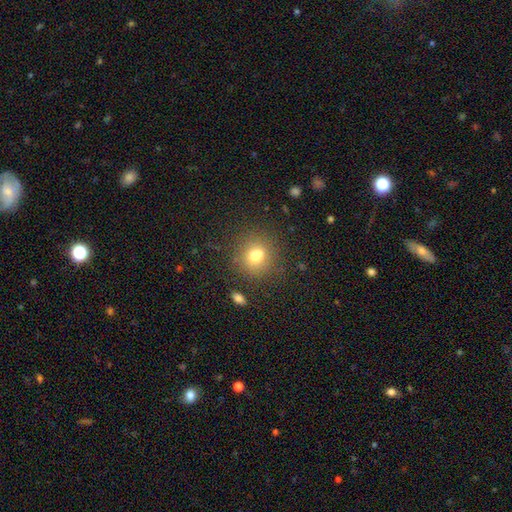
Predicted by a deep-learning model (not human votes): Smooth or featured? Predicted: smooth (p=0.75). How rounded? Predicted: round (p=0.81). Merging? Predicted: none (p=0.73).